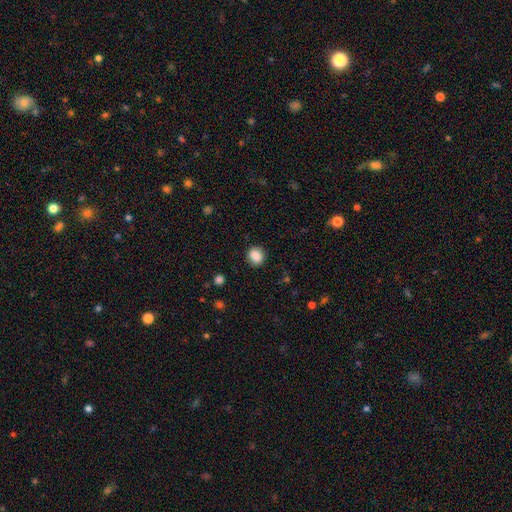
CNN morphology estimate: Q: Smooth or featured?
A: smooth (86%); runner-up: star or artifact (9%)
Q: How rounded?
A: round (78%); runner-up: in between (21%)
Q: Merging?
A: none (88%); runner-up: minor disturbance (8%)